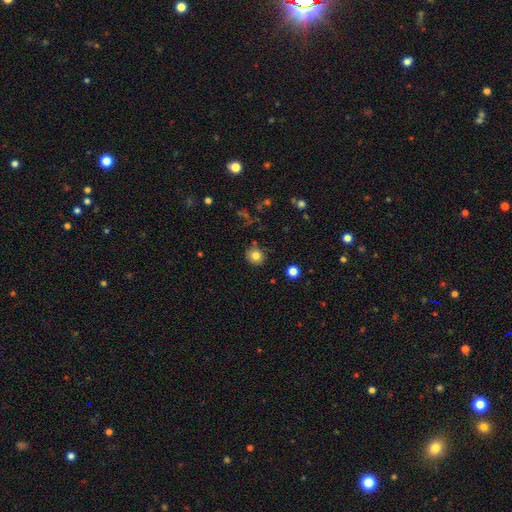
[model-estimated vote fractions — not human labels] The model was most divided on "smooth or featured": smooth: 82%, star or artifact: 11%, featured or disk: 7%. More confident: how rounded — round (88%); merging — none (84%).